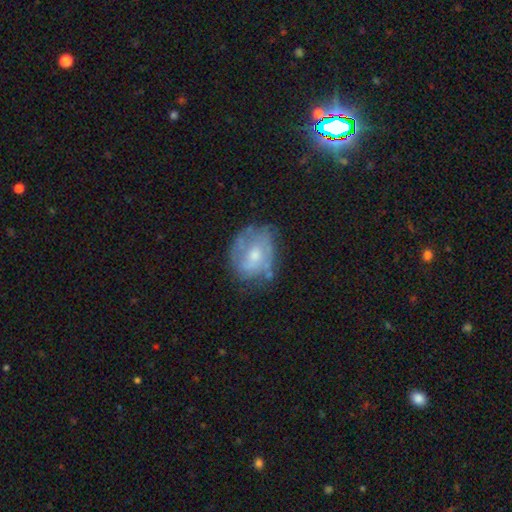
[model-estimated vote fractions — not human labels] This is likely a featured or disk galaxy (63%). It is clearly not viewed edge-on (97%). Bar: likely no (65%). Spiral arm pattern: likely yes (67%). Central bulge: possibly moderate (57%). Merging: possibly none (58%).